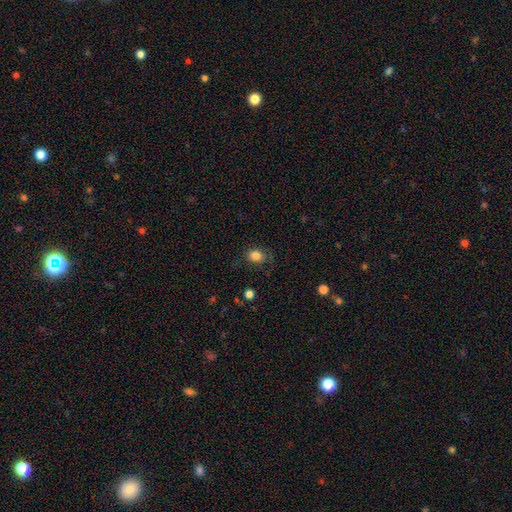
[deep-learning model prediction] A smooth galaxy with no disk features (83%) that is round (52%). Merging: none (74%).